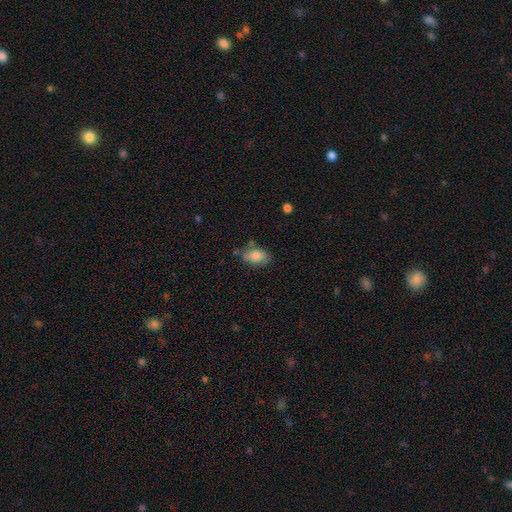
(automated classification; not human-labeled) The model was most divided on "merging": none: 63%, minor disturbance: 25%, major disturbance: 7%, merger: 5%. More confident: how rounded — in between (89%); smooth or featured — smooth (80%).